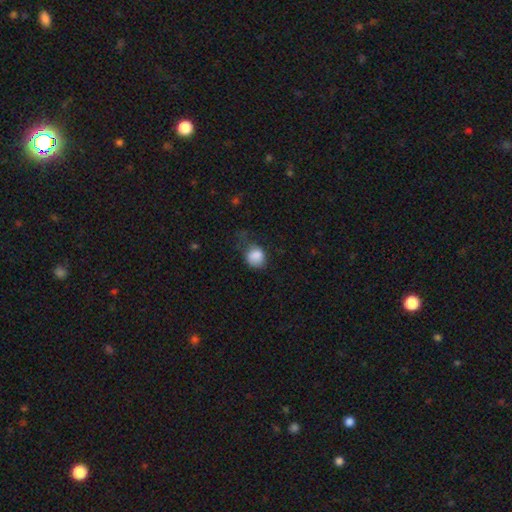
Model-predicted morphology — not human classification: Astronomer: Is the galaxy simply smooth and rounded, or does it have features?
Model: smooth — 86%.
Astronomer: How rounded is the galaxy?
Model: round — 64%.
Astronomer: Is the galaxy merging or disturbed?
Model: none — 36%, tied with minor disturbance at 36%.